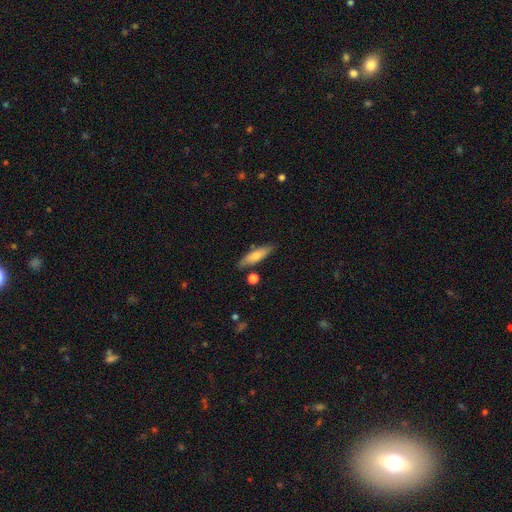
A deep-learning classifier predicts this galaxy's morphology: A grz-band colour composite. It shows a smooth galaxy with no disk features (72%) that is cigar-shaped (68%). Merging: none (81%).